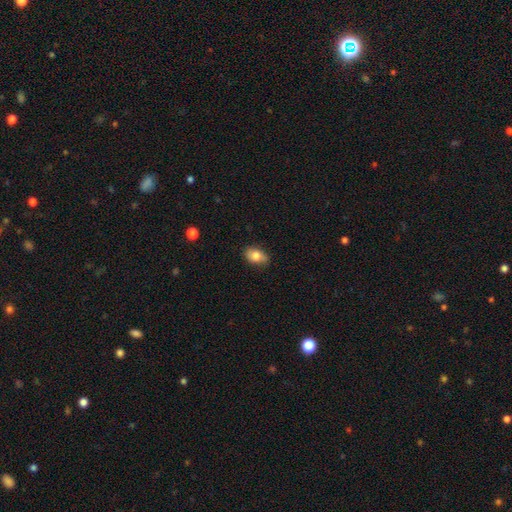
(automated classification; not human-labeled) Smooth or featured? smooth (80%)
How rounded? in between (86%)
Merging? none (79%)